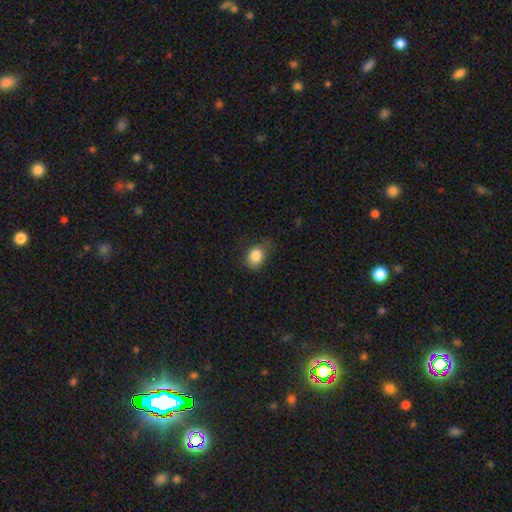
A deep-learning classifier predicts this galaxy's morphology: smooth 84%, star or artifact 9%, featured or disk 7%. Down the decision tree: how rounded — in between (59%); merging — none (63%).